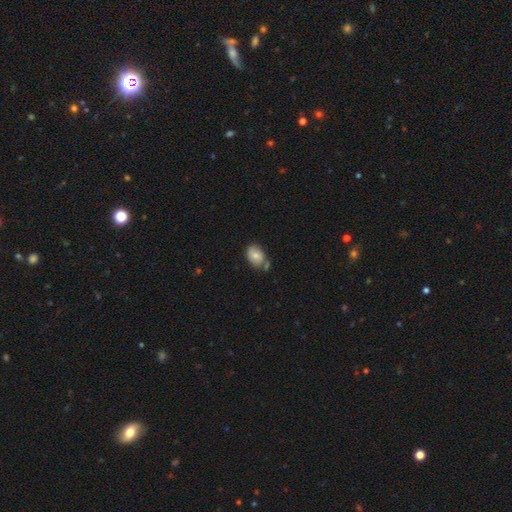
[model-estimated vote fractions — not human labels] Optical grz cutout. It shows a smooth galaxy with no disk features (76%) that is in between round and cigar-shaped (80%). Merging: none (57%).